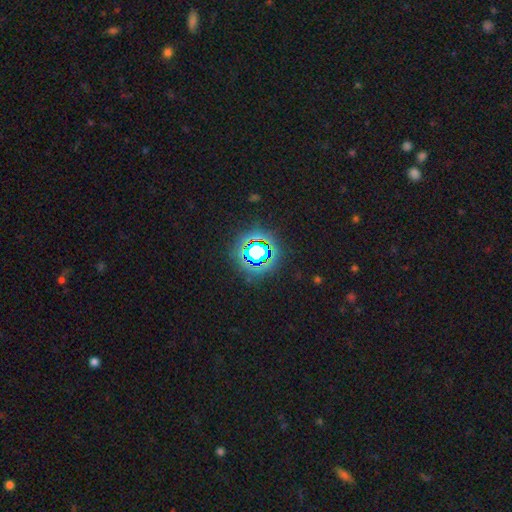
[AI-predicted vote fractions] A star or artifact, not a galaxy (67%).